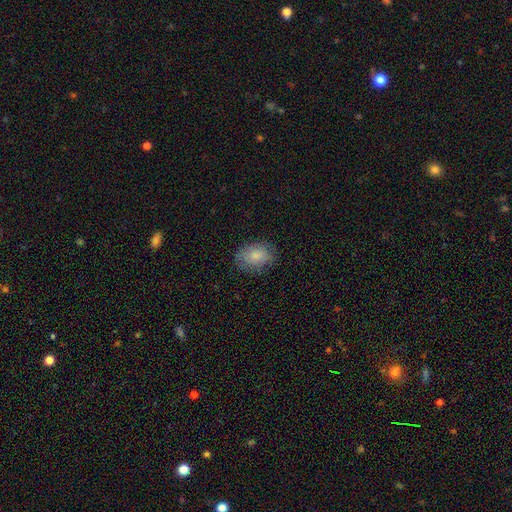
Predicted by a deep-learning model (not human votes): Smooth or featured: smooth — 79% (featured or disk — 13%)
How rounded: in between — 71% (round — 28%)
Merging: none — 75% (minor disturbance — 18%)